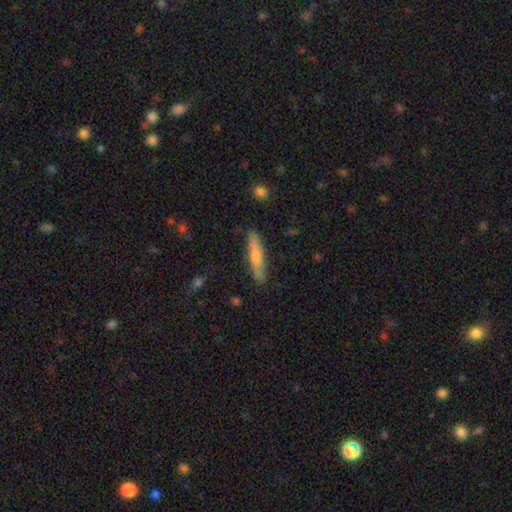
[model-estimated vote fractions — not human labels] This appears to be a smooth galaxy with no disk features (63%) that is cigar-shaped (89%). Merging: none (86%).